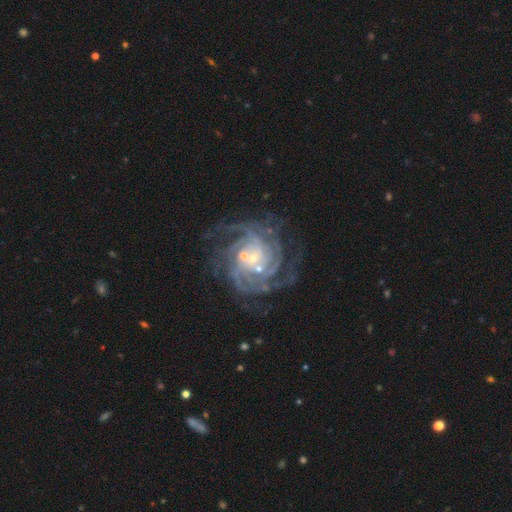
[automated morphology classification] This appears to be a featured or disk galaxy (88%) with no bar (55%), 4 (29%) tight (67%) spiral arms (98%) and a small central bulge (71%). Merging: none (66%).